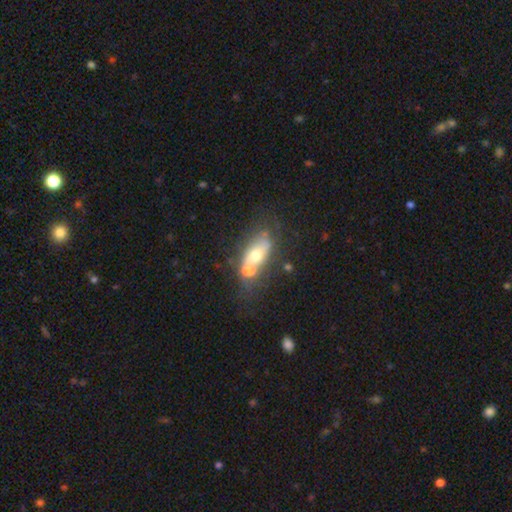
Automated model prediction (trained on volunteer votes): This is possibly a smooth galaxy (48%). Merging: marginally merger (40%).